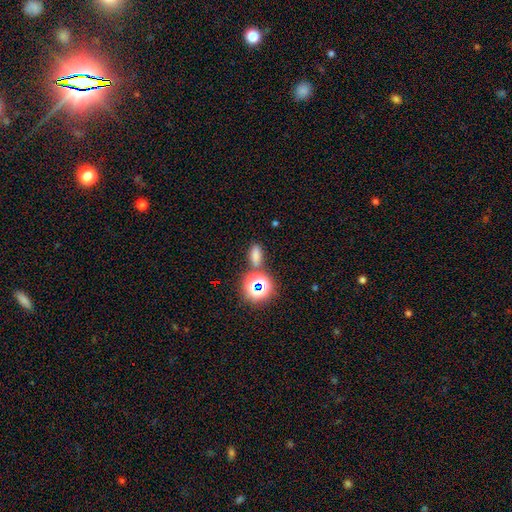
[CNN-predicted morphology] smooth_or_featured: smooth (p=0.67) [alt: star or artifact p=0.26]
how_rounded: in between (p=0.68) [alt: cigar-shaped p=0.17]
merging: none (p=0.73) [alt: merger p=0.12]